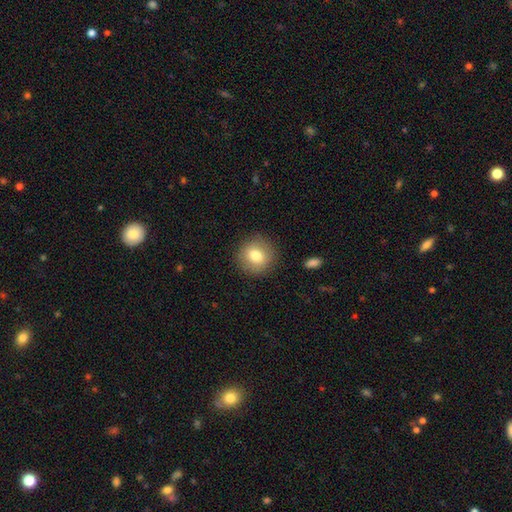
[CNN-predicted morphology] Smooth or featured: smooth — 78% (featured or disk — 14%)
How rounded: round — 89% (in between — 10%)
Merging: none — 88% (minor disturbance — 8%)